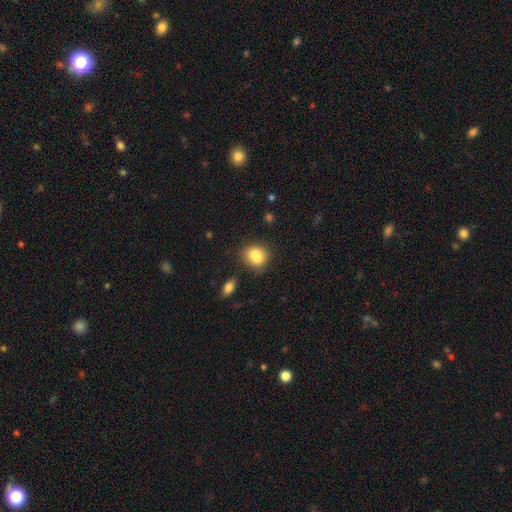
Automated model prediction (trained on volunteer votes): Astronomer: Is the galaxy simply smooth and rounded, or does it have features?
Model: smooth — 76%.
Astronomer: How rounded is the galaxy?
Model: round — 55% (runner-up: in between, 43%).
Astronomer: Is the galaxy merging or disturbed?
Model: none — 45% (runner-up: merger, 36%).